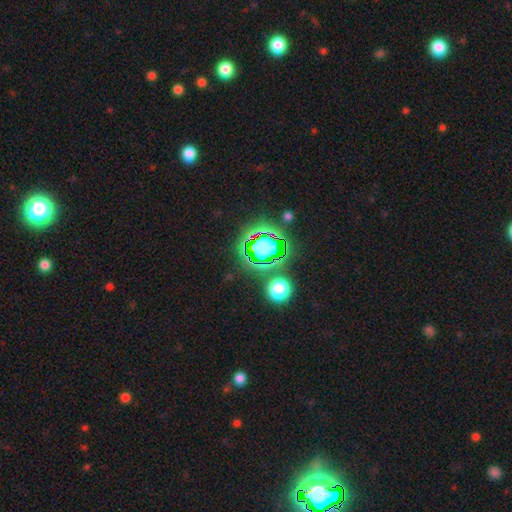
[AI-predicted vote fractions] A star or artifact, not a galaxy (66%).

Vote fractions:
- Smooth or featured? star or artifact: 66% / smooth: 21% / featured or disk: 13%